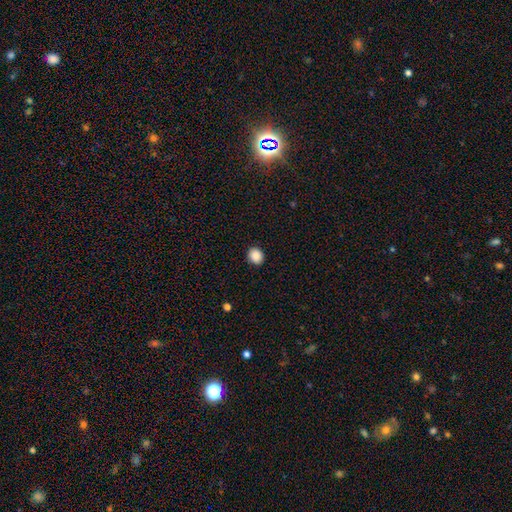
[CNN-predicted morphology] smooth_or_featured: smooth (p=0.88) [alt: star or artifact p=0.09]
how_rounded: round (p=0.69) [alt: in between p=0.31]
merging: none (p=0.90) [alt: minor disturbance p=0.07]